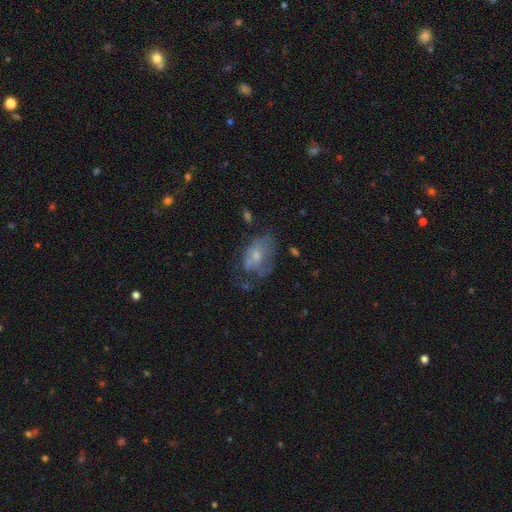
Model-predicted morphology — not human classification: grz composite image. It shows a featured or disk galaxy (45%, tied with smooth). Merging: major disturbance (35%).